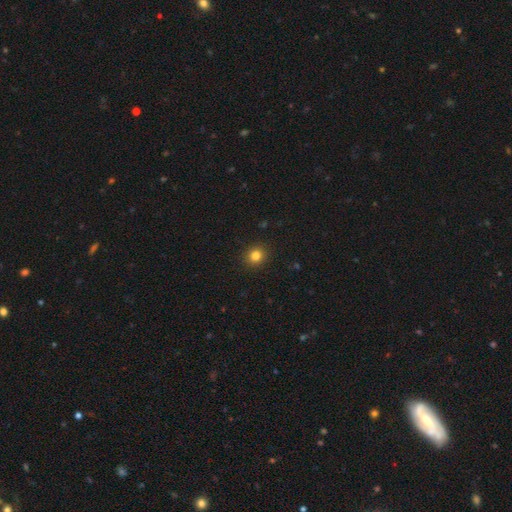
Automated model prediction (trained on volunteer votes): Smooth or featured?
  - smooth: 83% *
  - star or artifact: 12%
  - featured or disk: 5%
How rounded?
  - round: 86% *
  - in between: 13%
  - cigar-shaped: 1%
Merging?
  - none: 92% *
  - minor disturbance: 6%
  - major disturbance: 2%
  - merger: 1%